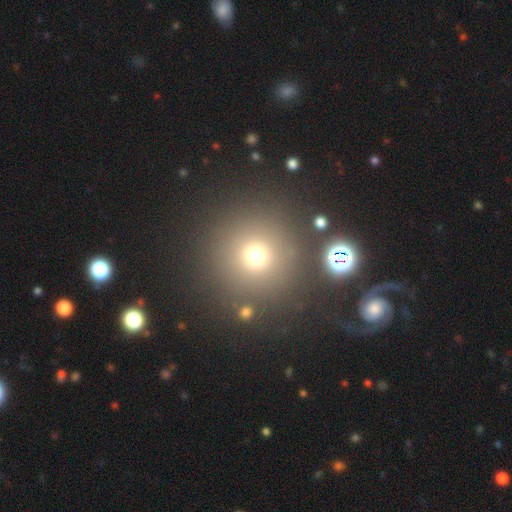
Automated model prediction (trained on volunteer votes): This is likely a smooth galaxy (69%). How rounded: clearly round (95%). Merging: clearly none (84%).